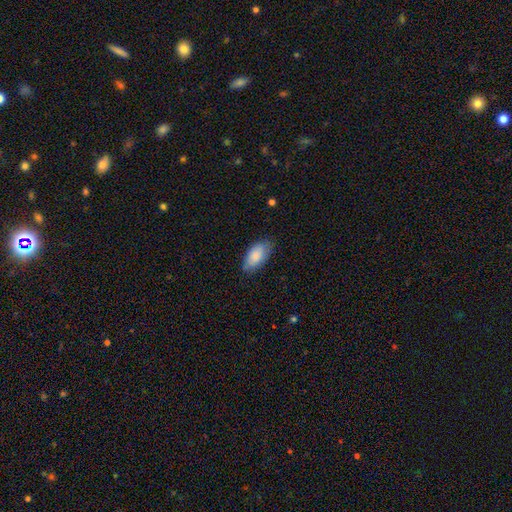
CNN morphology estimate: Q: Smooth or featured?
A: smooth (86%); runner-up: featured or disk (8%)
Q: How rounded?
A: in between (93%); runner-up: cigar-shaped (5%)
Q: Merging?
A: none (78%); runner-up: minor disturbance (18%)